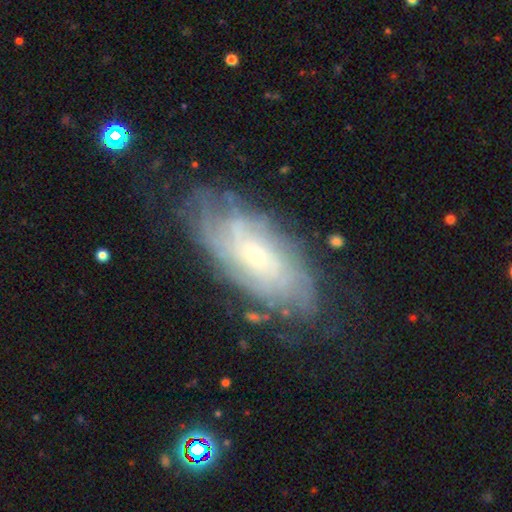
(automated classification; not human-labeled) This appears to be a featured or disk galaxy (75%) with no bar (72%), tight (71%) spiral arms (90%) and a small central bulge (76%). Merging: none (71%).